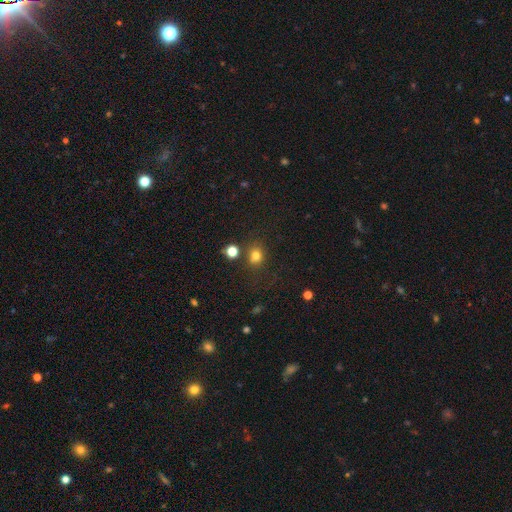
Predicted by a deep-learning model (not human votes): Smooth or featured?
  - smooth: 77% *
  - star or artifact: 17%
  - featured or disk: 6%
How rounded?
  - round: 69% *
  - in between: 30%
  - cigar-shaped: 1%
Merging?
  - none: 72% *
  - minor disturbance: 12%
  - merger: 11%
  - major disturbance: 5%